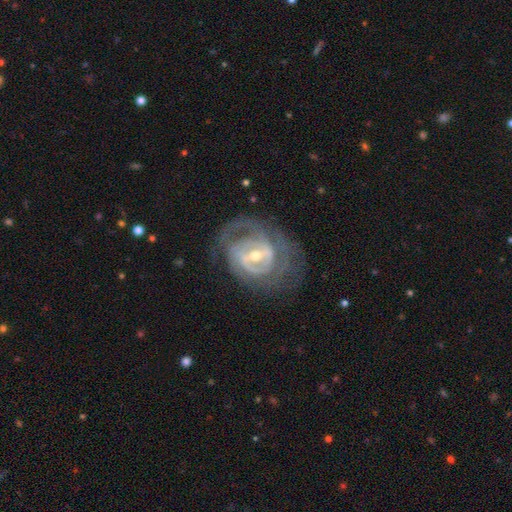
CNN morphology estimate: smooth_or_featured: featured or disk (p=0.87) [alt: smooth p=0.08]
disk_edge_on: no (p=0.97) [alt: yes p=0.03]
bar: weak (p=0.46) [alt: strong p=0.35]
has_spiral_arms: yes (p=0.89) [alt: no p=0.11]
spiral_winding: tight (p=0.58) [alt: medium p=0.32]
spiral_arm_count: 2 (p=0.39) [alt: can't tell p=0.32]
bulge_size: moderate (p=0.49) [alt: small p=0.47]
merging: none (p=0.63) [alt: minor disturbance p=0.18]